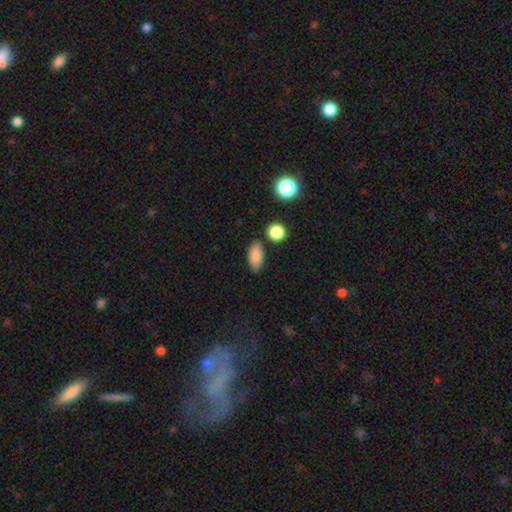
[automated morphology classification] This is clearly a smooth galaxy (86%). How rounded: clearly in between (88%). Merging: likely none (78%).